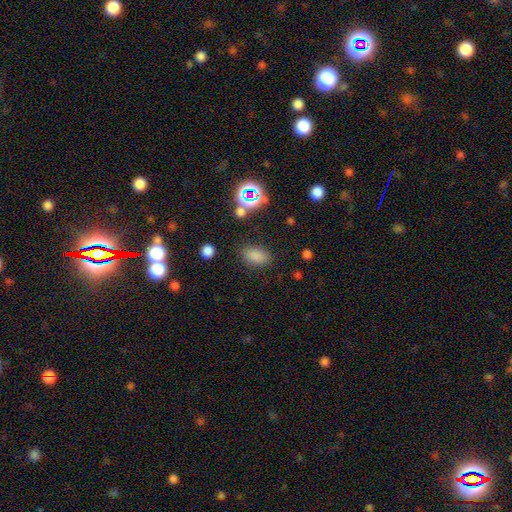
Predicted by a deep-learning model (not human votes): A smooth galaxy with no disk features (78%) that is in between round and cigar-shaped (86%). Merging: none (82%).